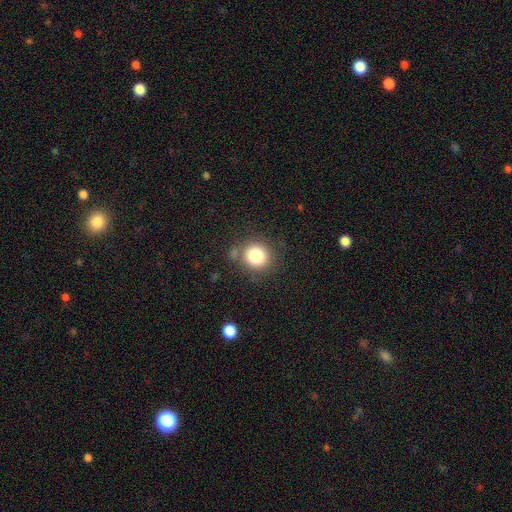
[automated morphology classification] type=smooth (82%); roundness=round (87%); merging=none (77%).